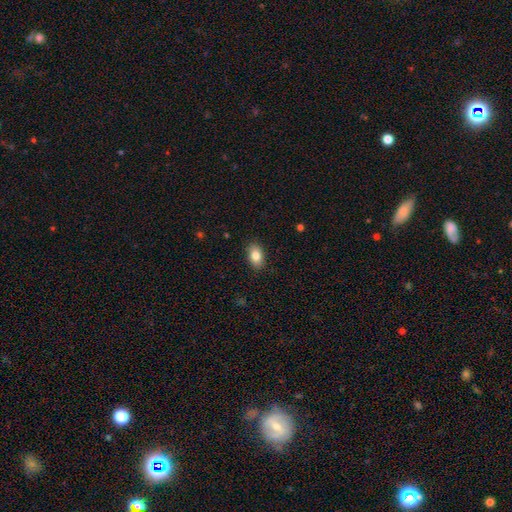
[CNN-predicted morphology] smooth 85%, star or artifact 8%, featured or disk 7%. Down the decision tree: how rounded — in between (89%); merging — none (88%).